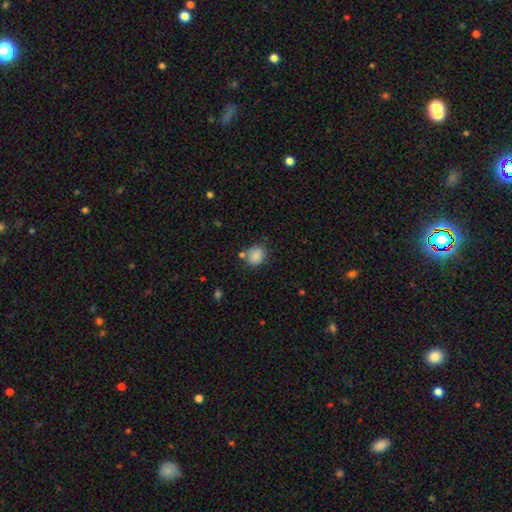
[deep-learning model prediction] This is clearly a smooth galaxy (85%). How rounded: possibly round (57%). Merging: likely none (71%).